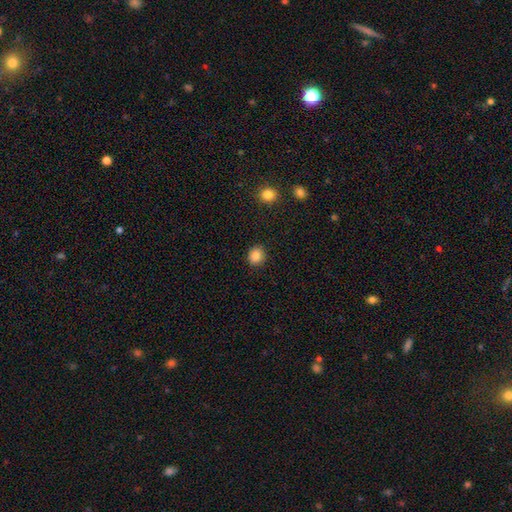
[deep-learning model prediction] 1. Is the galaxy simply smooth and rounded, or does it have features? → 87% smooth, 10% star or artifact, 4% featured or disk.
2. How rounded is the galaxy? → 81% round, 18% in between, 1% cigar-shaped.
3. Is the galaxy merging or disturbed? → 90% none, 7% minor disturbance, 2% major disturbance, 1% merger.